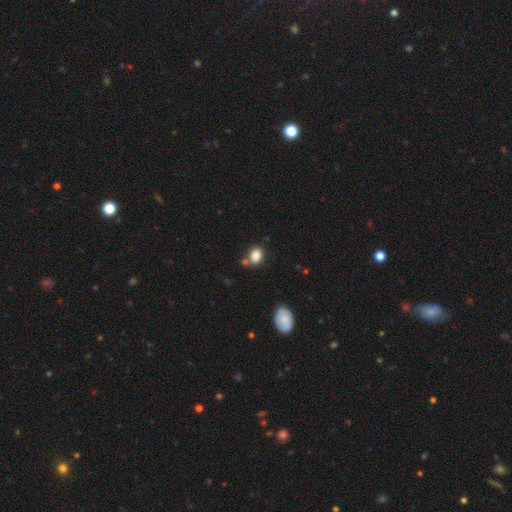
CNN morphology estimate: A smooth galaxy with no disk features (85%) that is in between round and cigar-shaped (67%). Merging: none (64%).